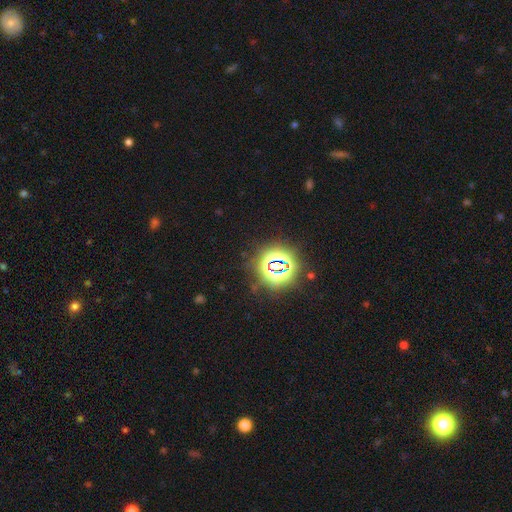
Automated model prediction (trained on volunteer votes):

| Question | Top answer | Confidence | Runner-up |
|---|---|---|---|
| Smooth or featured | star or artifact | 81% | smooth (13%) |